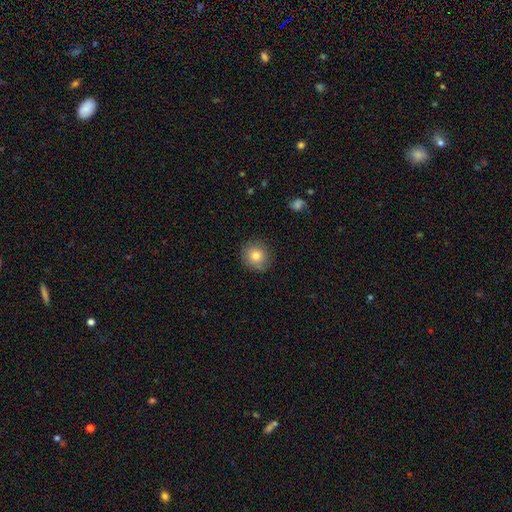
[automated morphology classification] Smooth or featured? Predicted: smooth (p=0.80). How rounded? Predicted: round (p=0.84). Merging? Predicted: none (p=0.86).